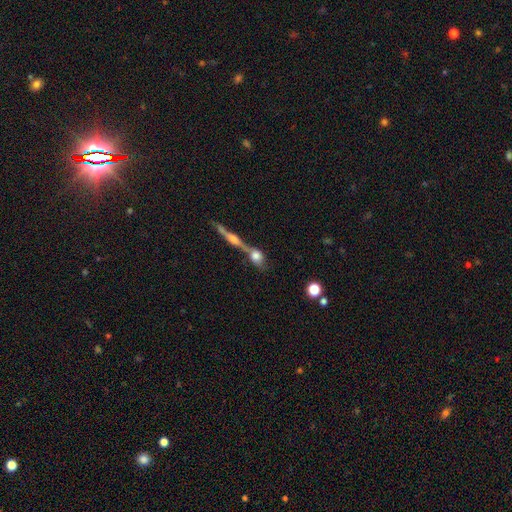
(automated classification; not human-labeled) Smooth or featured?
  - smooth: 56% *
  - featured or disk: 33%
  - star or artifact: 11%
How rounded?
  - round: 50% *
  - in between: 39%
  - cigar-shaped: 11%
Merging?
  - merger: 49% *
  - none: 37%
  - minor disturbance: 9%
  - major disturbance: 5%